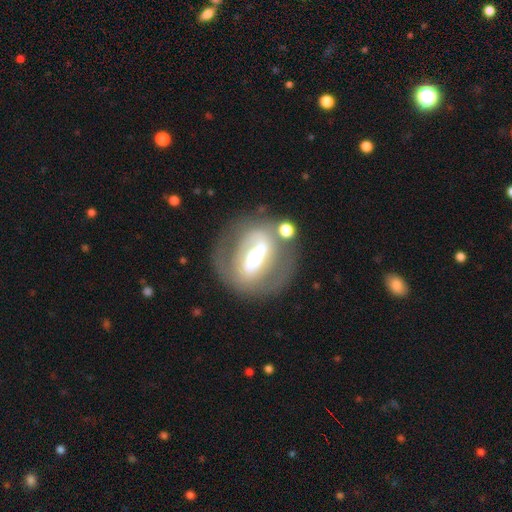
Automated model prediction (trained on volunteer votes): featured or disk 71%, smooth 22%, star or artifact 7%. Down the decision tree: edge-on disk — no (85%); bar — strong (66%); spiral arms — no (56%); bulge size — moderate (50%); merging — none (59%).